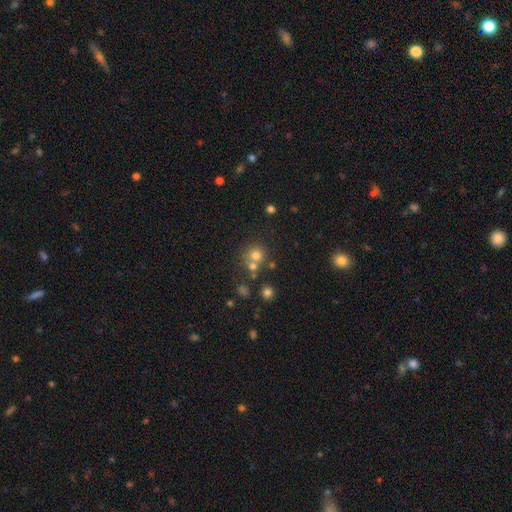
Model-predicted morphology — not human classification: The model was most divided on "merging": none: 57%, merger: 31%, minor disturbance: 8%, major disturbance: 4%. More confident: how rounded — round (89%); smooth or featured — smooth (71%).